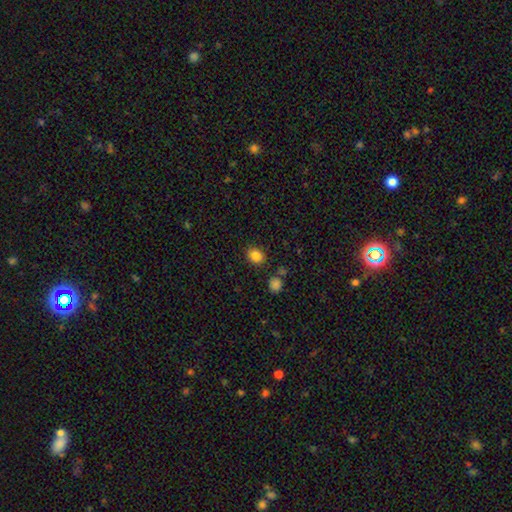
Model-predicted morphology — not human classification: Smooth or featured?
  - smooth: 85% *
  - star or artifact: 11%
  - featured or disk: 5%
How rounded?
  - round: 63% *
  - in between: 36%
  - cigar-shaped: 1%
Merging?
  - none: 86% *
  - minor disturbance: 8%
  - merger: 3%
  - major disturbance: 3%